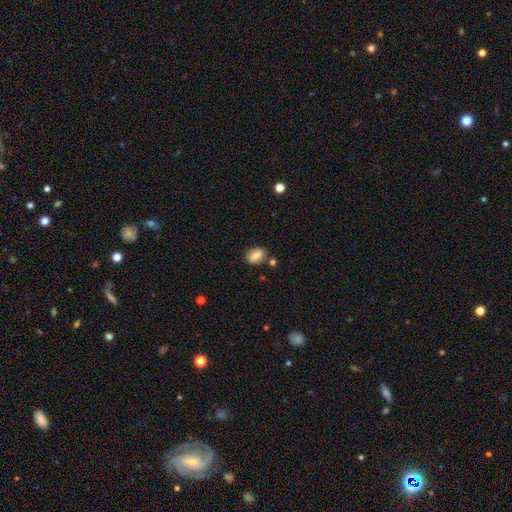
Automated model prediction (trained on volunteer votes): Smooth or featured?
  - smooth: 76% *
  - featured or disk: 15%
  - star or artifact: 9%
How rounded?
  - in between: 69% *
  - round: 28%
  - cigar-shaped: 3%
Merging?
  - none: 74% *
  - minor disturbance: 14%
  - merger: 7%
  - major disturbance: 4%